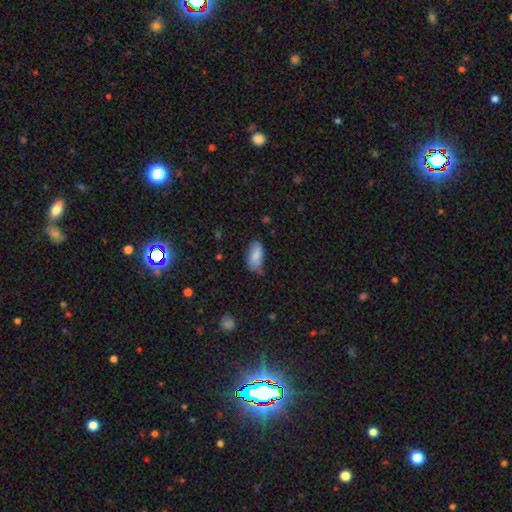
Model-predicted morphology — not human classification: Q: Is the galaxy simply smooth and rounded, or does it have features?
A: smooth — 84%.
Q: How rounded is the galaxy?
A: in between — 91%.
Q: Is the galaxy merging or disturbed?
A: none — 58%.